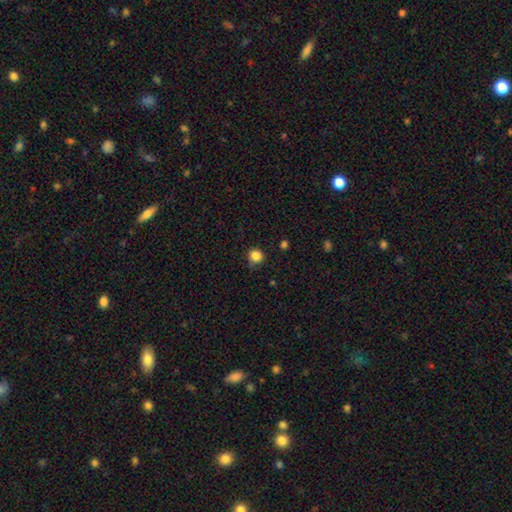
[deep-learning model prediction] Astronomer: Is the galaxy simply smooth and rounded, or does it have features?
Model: smooth — 84%.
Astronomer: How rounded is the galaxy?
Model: round — 87%.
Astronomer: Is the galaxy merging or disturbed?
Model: none — 74%.